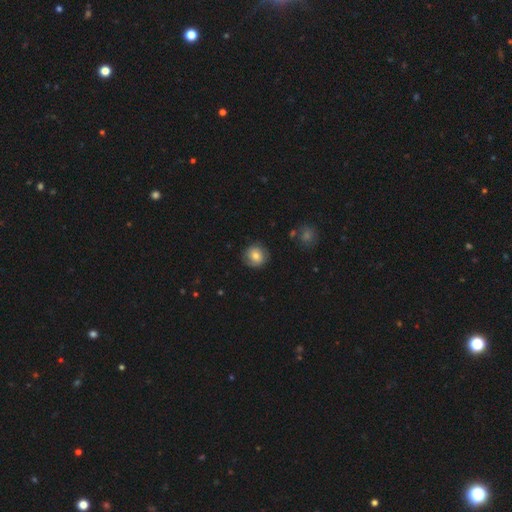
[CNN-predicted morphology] smooth-or-featured: smooth: 70% | featured or disk: 21% | star or artifact: 9%
  how-rounded: round: 90% | in between: 9% | cigar-shaped: 1%
  merging: none: 82% | minor disturbance: 13% | major disturbance: 3% | merger: 1%